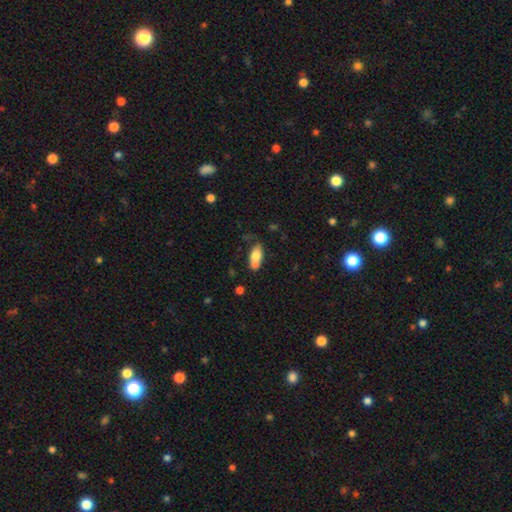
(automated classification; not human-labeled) Smooth or featured? Predicted: smooth (p=0.72). How rounded? Predicted: in between (p=0.83). Merging? Predicted: merger (p=0.39).